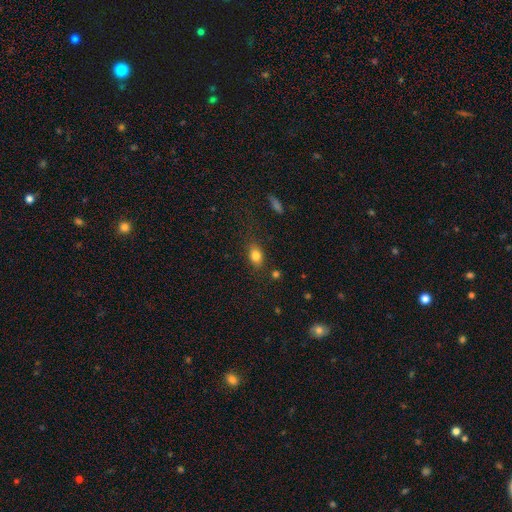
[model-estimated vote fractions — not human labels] Smooth or featured: smooth — 81% (star or artifact — 10%)
How rounded: in between — 73% (round — 24%)
Merging: none — 80% (minor disturbance — 13%)